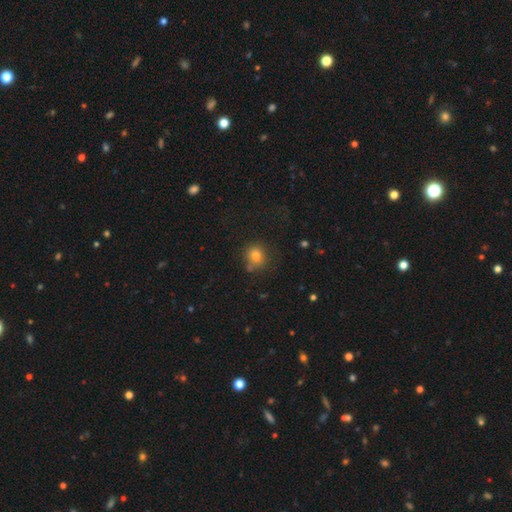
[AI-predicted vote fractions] A smooth galaxy with no disk features (78%) that is round (85%). Merging: none (73%).